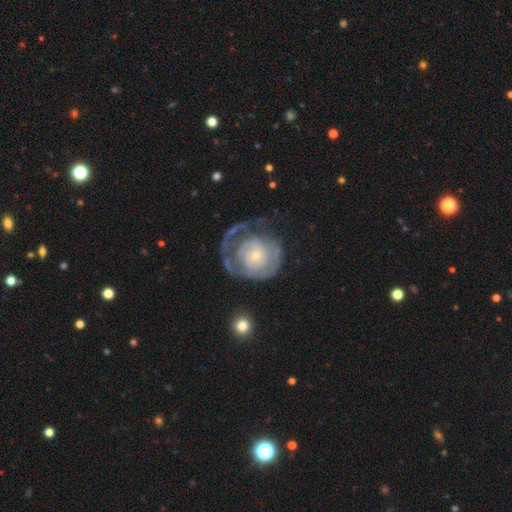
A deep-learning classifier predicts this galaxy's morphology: Q: Smooth or featured?
A: featured or disk (70%); runner-up: smooth (24%)
Q: Edge-on disk?
A: no (97%); runner-up: yes (3%)
Q: Bar?
A: no (82%); runner-up: weak (15%)
Q: Spiral arms?
A: yes (69%); runner-up: no (31%)
Q: Bulge size?
A: small (76%); runner-up: moderate (18%)
Q: Merging?
A: major disturbance (41%); runner-up: none (35%)